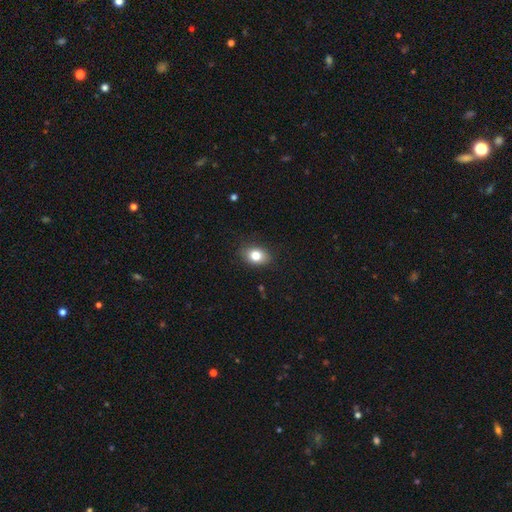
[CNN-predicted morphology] smooth-or-featured: smooth: 80% | featured or disk: 10% | star or artifact: 10%
  how-rounded: in between: 70% | round: 29% | cigar-shaped: 1%
  merging: none: 86% | minor disturbance: 11% | major disturbance: 3% | merger: 1%